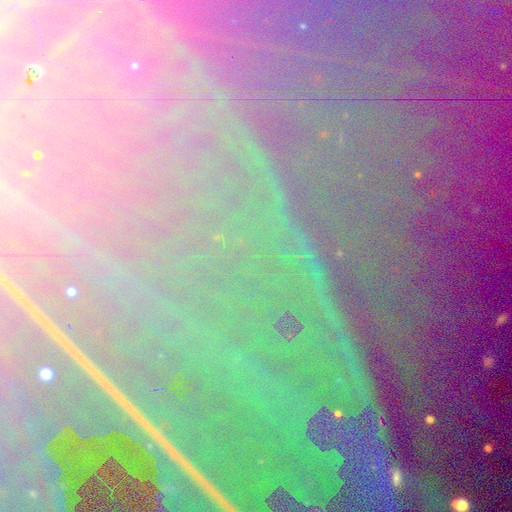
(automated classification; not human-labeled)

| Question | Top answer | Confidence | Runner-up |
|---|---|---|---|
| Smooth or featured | star or artifact | 85% | featured or disk (8%) |